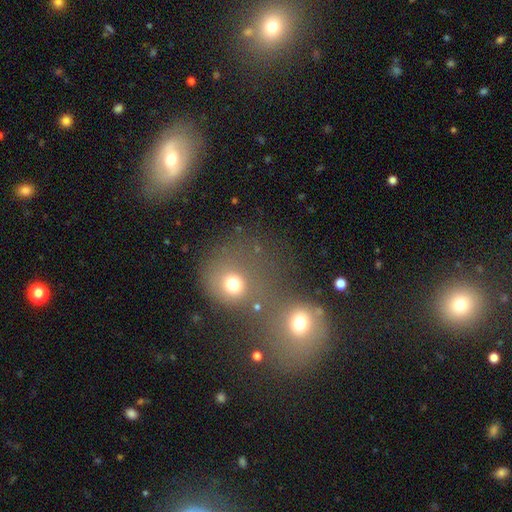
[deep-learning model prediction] A smooth galaxy with no disk features (51%) that is round (70%). Merging: merger (44%).